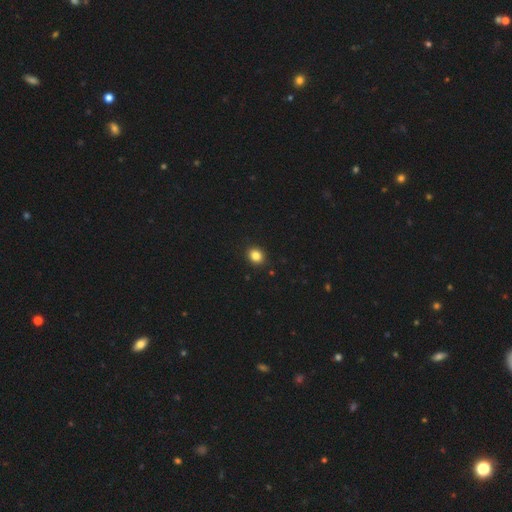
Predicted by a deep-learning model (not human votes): This is clearly a smooth galaxy (85%). How rounded: likely round (68%). Merging: clearly none (92%).